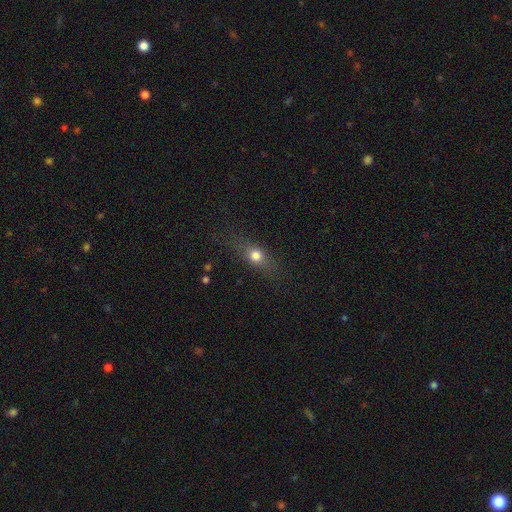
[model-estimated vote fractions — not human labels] This appears to be a smooth galaxy with no disk features (68%) that is in between round and cigar-shaped (43%). Merging: none (74%).